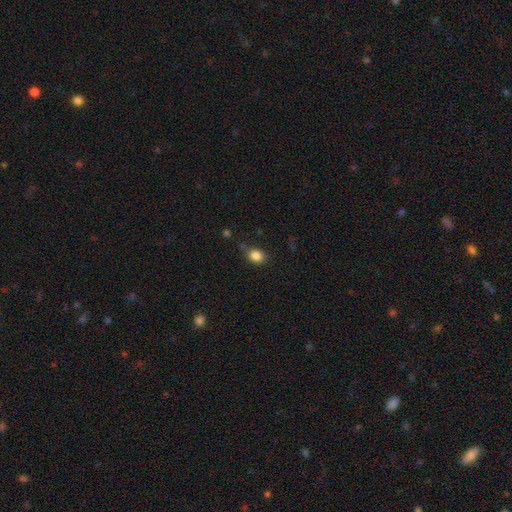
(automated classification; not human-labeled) Smooth or featured? Predicted: smooth (p=0.85). How rounded? Predicted: round (p=0.50). Merging? Predicted: none (p=0.72).